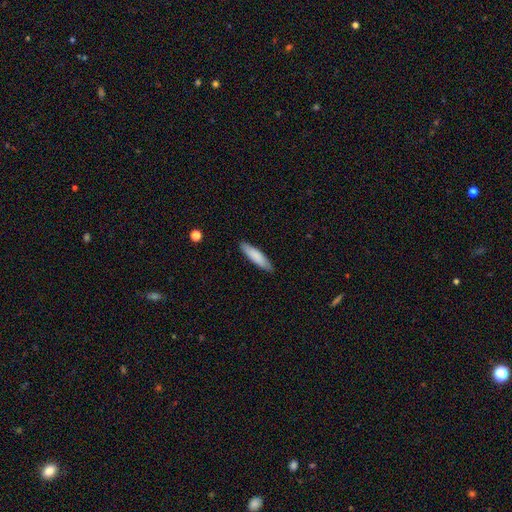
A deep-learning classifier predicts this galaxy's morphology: Overall: smooth (83%). How rounded: cigar-shaped (72%). Merging: none (88%).